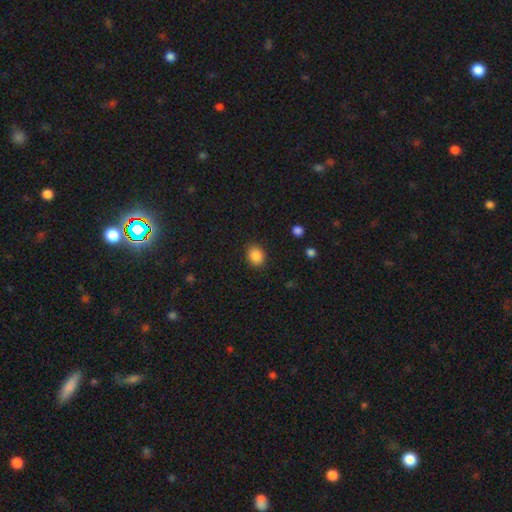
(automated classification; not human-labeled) Smooth or featured? Predicted: smooth (p=0.87). How rounded? Predicted: round (p=0.56). Merging? Predicted: none (p=0.88).